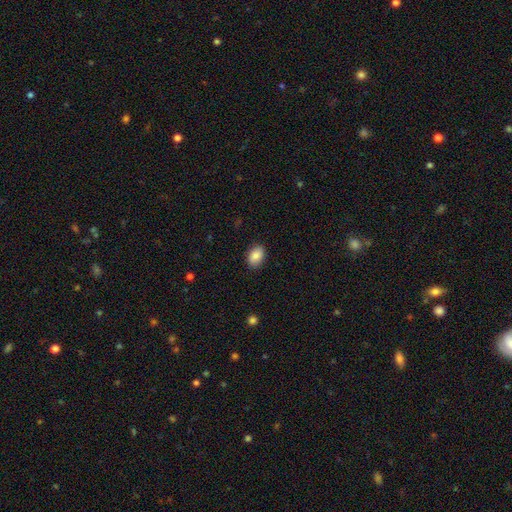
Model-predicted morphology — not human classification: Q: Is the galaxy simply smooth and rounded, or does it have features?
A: smooth — 86%.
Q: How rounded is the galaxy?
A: in between — 86%.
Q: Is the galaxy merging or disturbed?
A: none — 88%.